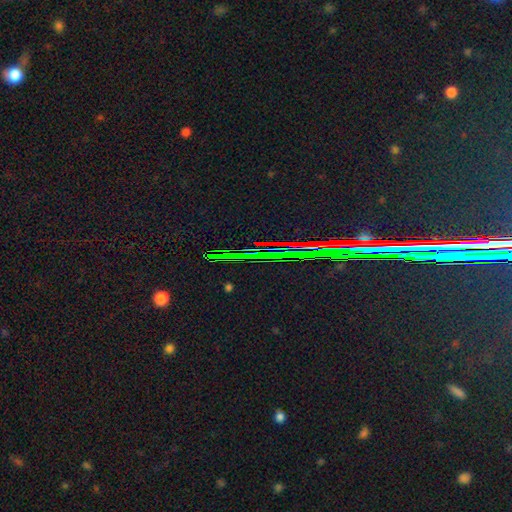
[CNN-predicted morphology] Overall: star or artifact (81%).